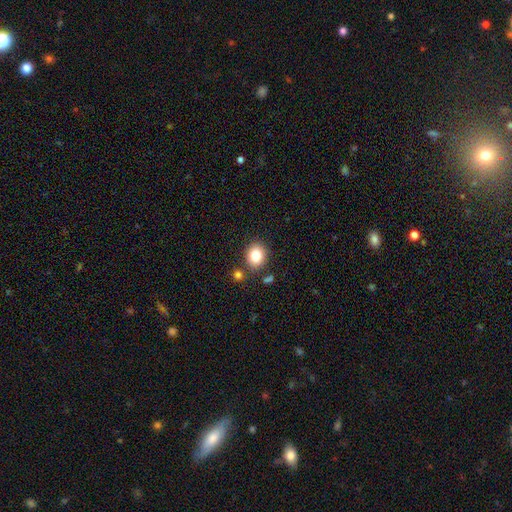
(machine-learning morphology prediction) smooth 84%, star or artifact 9%, featured or disk 6%. Down the decision tree: how rounded — round (60%); merging — none (81%).